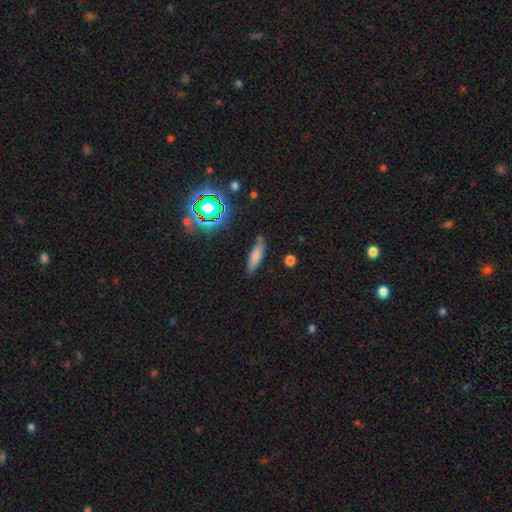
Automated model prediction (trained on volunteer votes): A smooth galaxy with no disk features (70%) that is cigar-shaped (68%). Merging: none (79%).